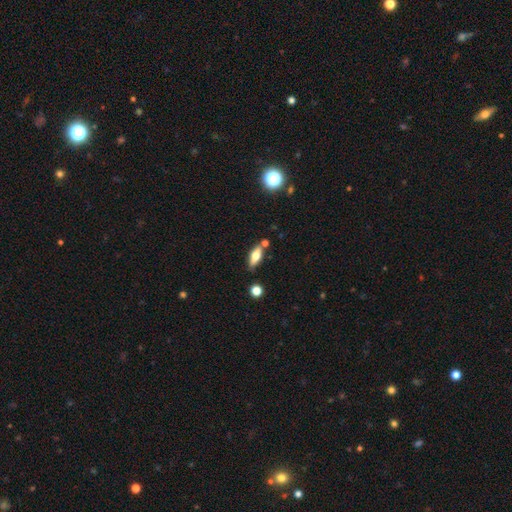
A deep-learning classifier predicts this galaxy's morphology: Smooth or featured? Predicted: smooth (p=0.58). How rounded? Predicted: in between (p=0.68). Merging? Predicted: none (p=0.71).